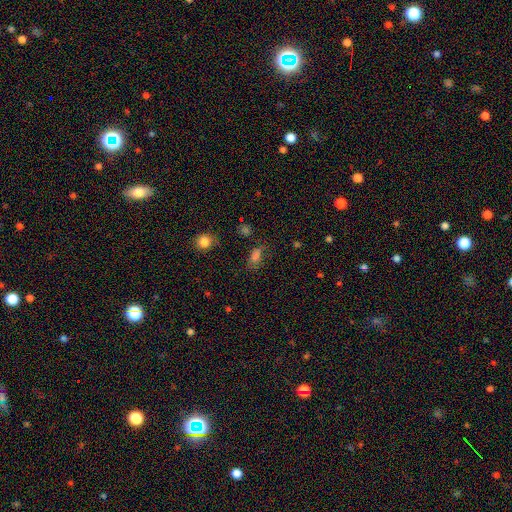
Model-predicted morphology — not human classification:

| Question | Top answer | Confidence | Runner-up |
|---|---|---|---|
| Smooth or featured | smooth | 70% | star or artifact (21%) |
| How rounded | in between | 81% | round (11%) |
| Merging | none | 62% | minor disturbance (22%) |